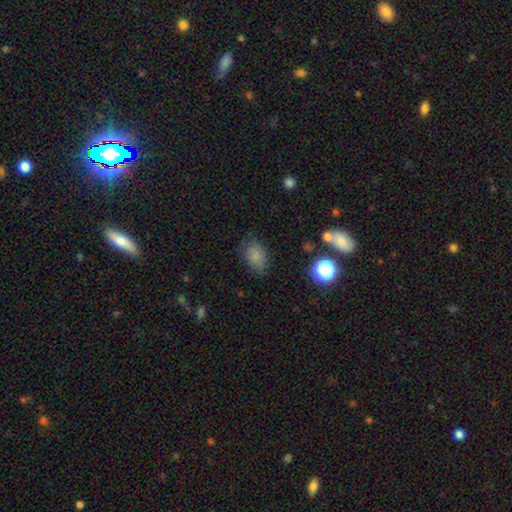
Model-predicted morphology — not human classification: smooth-or-featured: smooth: 80% | star or artifact: 13% | featured or disk: 7%
  how-rounded: in between: 72% | round: 27% | cigar-shaped: 1%
  merging: none: 73% | minor disturbance: 20% | major disturbance: 6% | merger: 2%